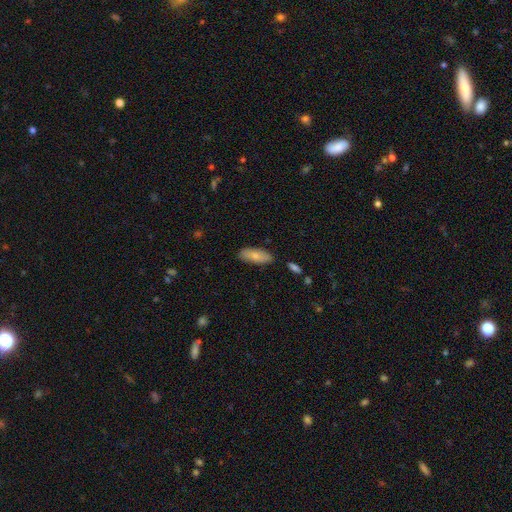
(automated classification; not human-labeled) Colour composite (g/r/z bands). It shows a smooth galaxy with no disk features (78%) that is in between round and cigar-shaped (75%). Merging: none (82%).